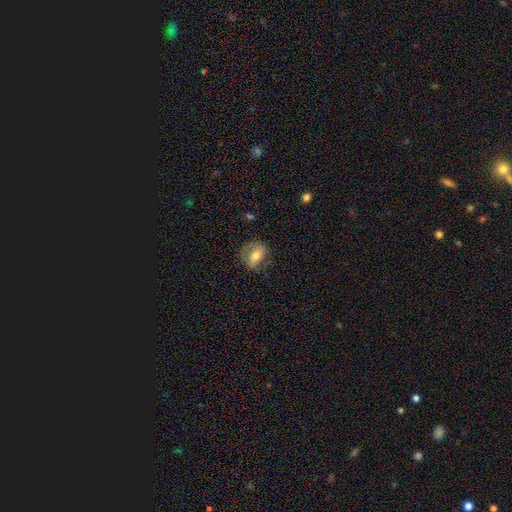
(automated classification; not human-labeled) Smooth or featured? Predicted: smooth (p=0.60). How rounded? Predicted: in between (p=0.72). Merging? Predicted: none (p=0.65).